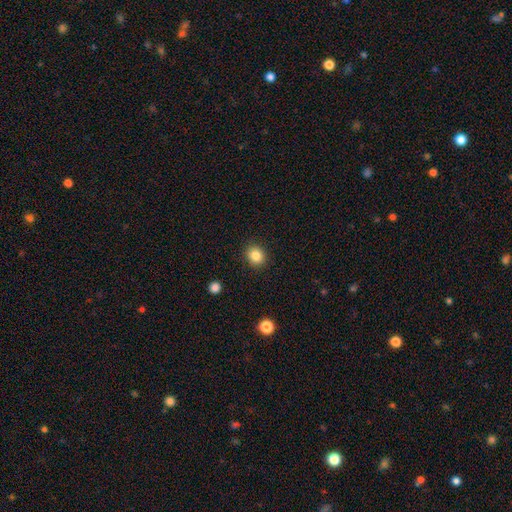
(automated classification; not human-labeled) The model was most divided on "how rounded": round: 73%, in between: 26%, cigar-shaped: 1%. More confident: merging — none (89%); smooth or featured — smooth (84%).